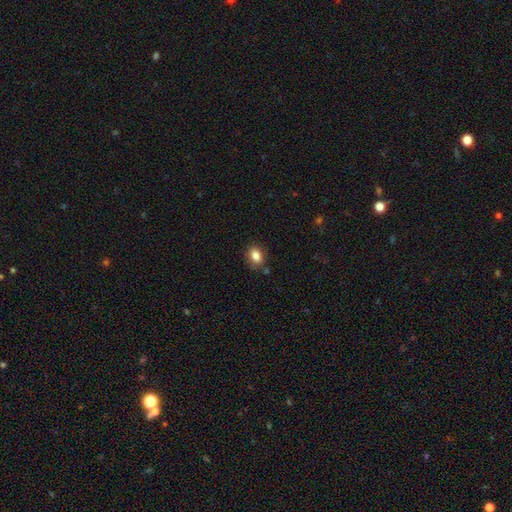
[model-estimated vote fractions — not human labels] A smooth galaxy with no disk features (83%) that is in between round and cigar-shaped (69%). Merging: none (81%).